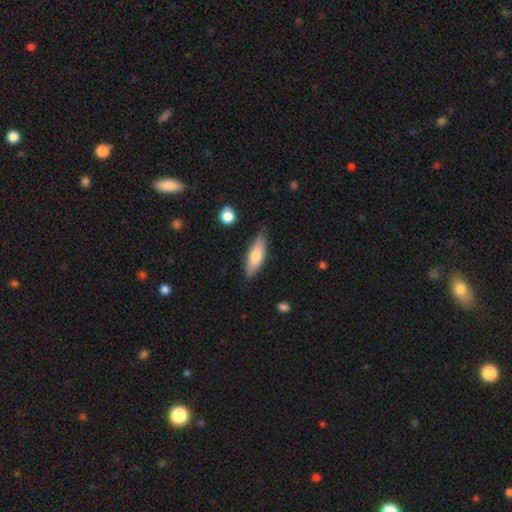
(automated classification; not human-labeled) This appears to be a smooth galaxy with no disk features (69%) that is in between round and cigar-shaped (50%). Merging: none (80%).